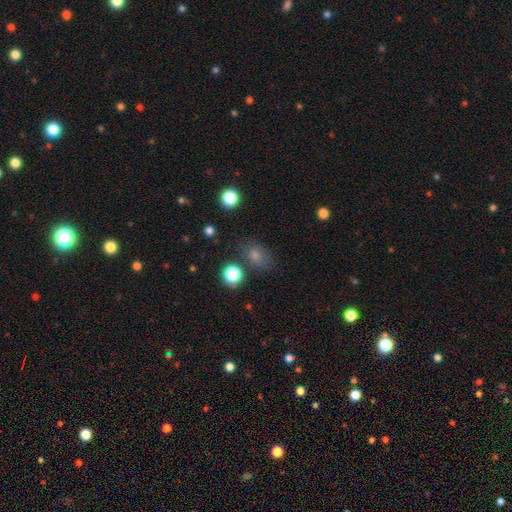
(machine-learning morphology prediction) The model was most divided on "how rounded": in between: 70%, round: 29%, cigar-shaped: 2%. More confident: smooth or featured — smooth (77%); merging — none (70%).